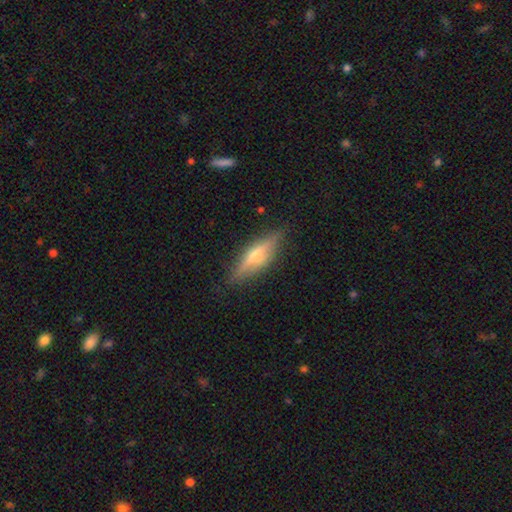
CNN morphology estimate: Smooth or featured: featured or disk — 60% (smooth — 33%)
Edge-on disk: yes — 93% (no — 7%)
Edge-on bulge: rounded — 84% (none — 8%)
Merging: none — 85% (minor disturbance — 11%)